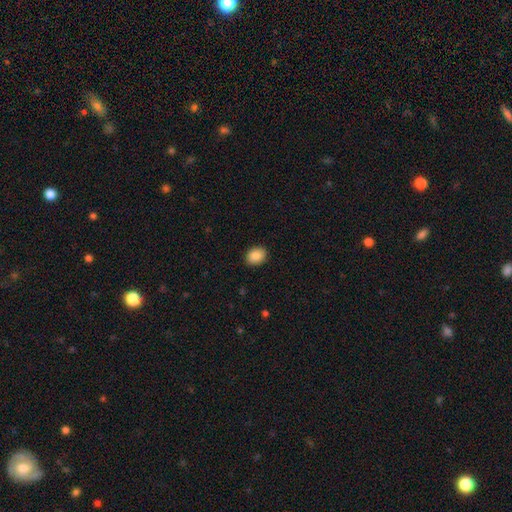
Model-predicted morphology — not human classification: Smooth or featured? smooth (88%)
How rounded? in between (58%)
Merging? none (89%)